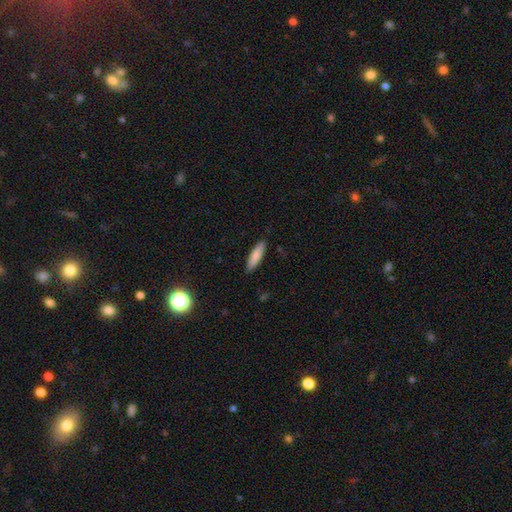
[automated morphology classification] A smooth galaxy with no disk features (84%) that is cigar-shaped (71%). Merging: none (89%).